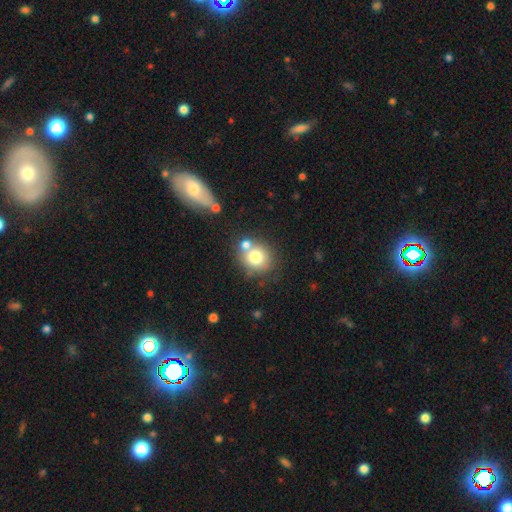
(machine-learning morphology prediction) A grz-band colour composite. It shows a smooth galaxy with no disk features (75%) that is round (80%). Merging: none (60%).